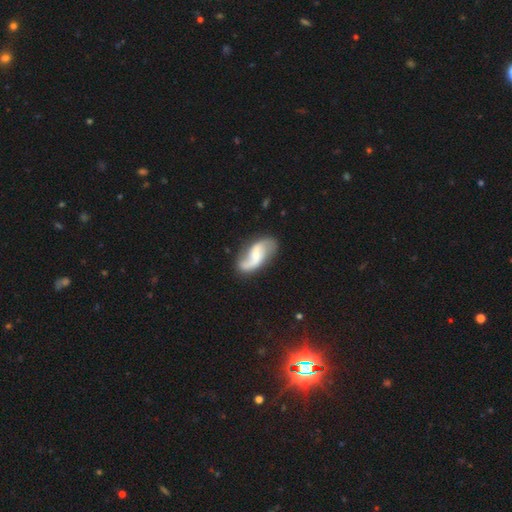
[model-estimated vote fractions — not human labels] Smooth or featured: featured or disk — 79% (smooth — 16%)
Edge-on disk: no — 96% (yes — 4%)
Bar: weak — 44% (no — 37%)
Spiral arms: yes — 95% (no — 5%)
Spiral winding: loose — 69% (medium — 25%)
Spiral arm count: 2 — 88% (1 — 6%)
Bulge size: small — 52% (moderate — 33%)
Merging: none — 73% (minor disturbance — 17%)